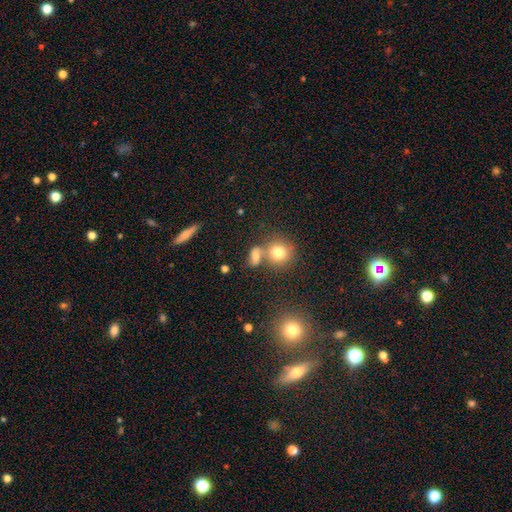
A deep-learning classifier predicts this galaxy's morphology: This appears to be a smooth galaxy with no disk features (70%) that is in between round and cigar-shaped (53%). Merging: none (48%).